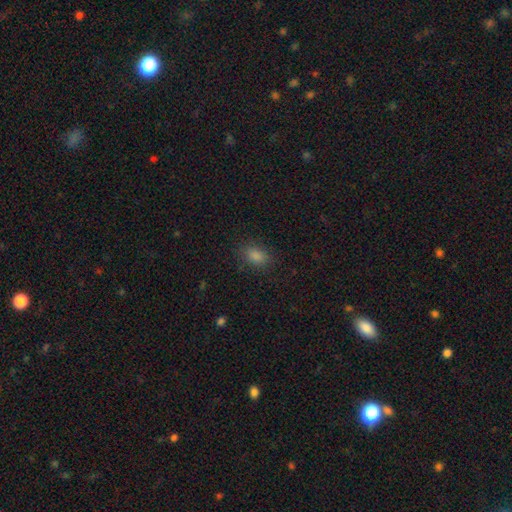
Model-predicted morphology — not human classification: smooth-or-featured: smooth: 81% | star or artifact: 14% | featured or disk: 5%
  how-rounded: in between: 79% | round: 19% | cigar-shaped: 2%
  merging: none: 86% | minor disturbance: 10% | major disturbance: 3% | merger: 1%